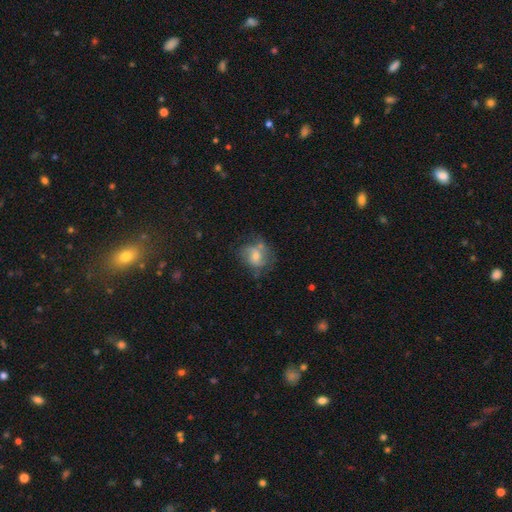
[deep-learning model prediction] Smooth or featured? smooth (45%, tied with featured or disk)
Merging? none (51%)